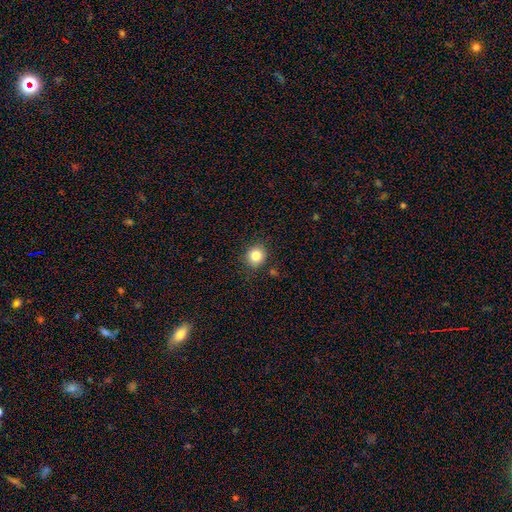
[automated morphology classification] Smooth or featured? Predicted: smooth (p=0.83). How rounded? Predicted: round (p=0.88). Merging? Predicted: none (p=0.87).